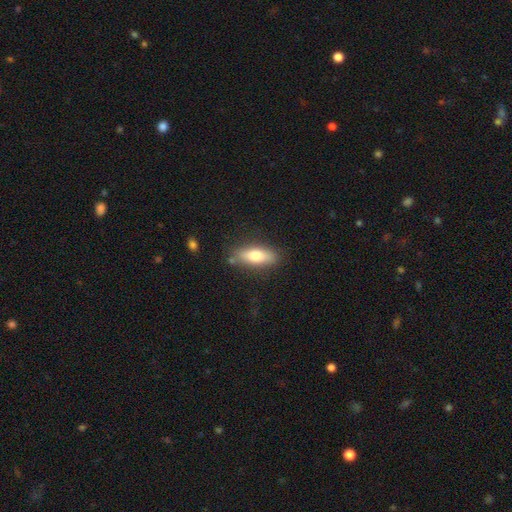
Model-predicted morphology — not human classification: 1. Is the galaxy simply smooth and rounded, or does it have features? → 71% smooth, 23% featured or disk, 6% star or artifact.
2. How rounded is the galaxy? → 63% in between, 34% cigar-shaped, 3% round.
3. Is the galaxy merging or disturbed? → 81% none, 13% minor disturbance, 3% major disturbance, 3% merger.